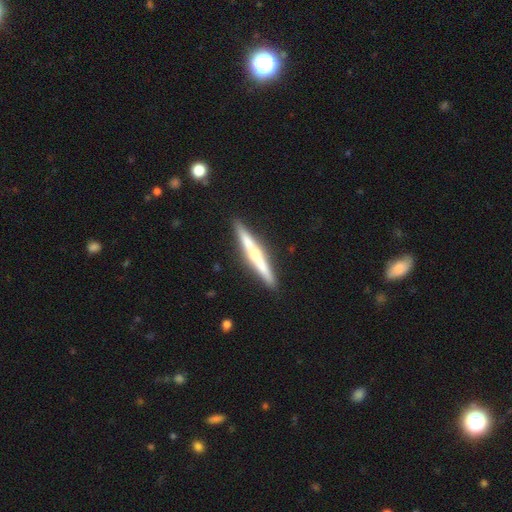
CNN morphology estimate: Q: Smooth or featured?
A: featured or disk (61%); runner-up: smooth (33%)
Q: Edge-on disk?
A: yes (97%); runner-up: no (3%)
Q: Edge-on bulge?
A: none (43%); tied with: rounded (43%)
Q: Merging?
A: none (88%); runner-up: minor disturbance (8%)